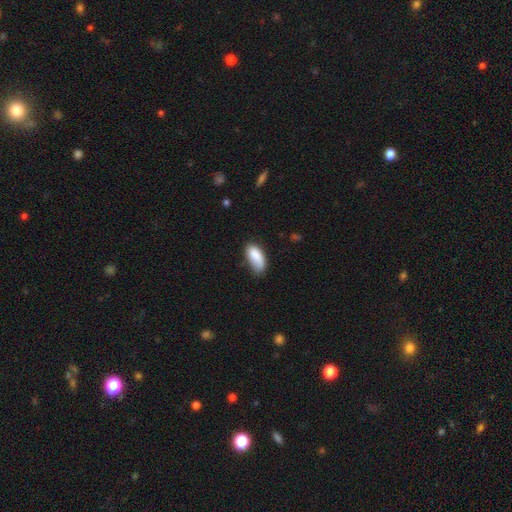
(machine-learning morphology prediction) Overall: smooth (83%). How rounded: in between (90%). Merging: none (50%; minor disturbance 35%).